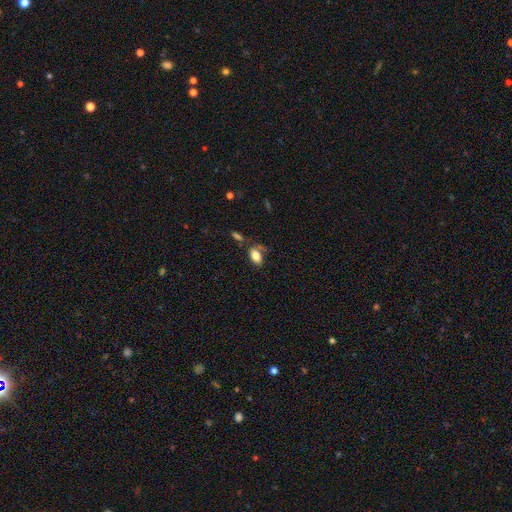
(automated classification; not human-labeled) Smooth or featured?
  - smooth: 80% *
  - featured or disk: 12%
  - star or artifact: 8%
How rounded?
  - in between: 91% *
  - round: 6%
  - cigar-shaped: 3%
Merging?
  - none: 56% *
  - minor disturbance: 21%
  - major disturbance: 12%
  - merger: 11%